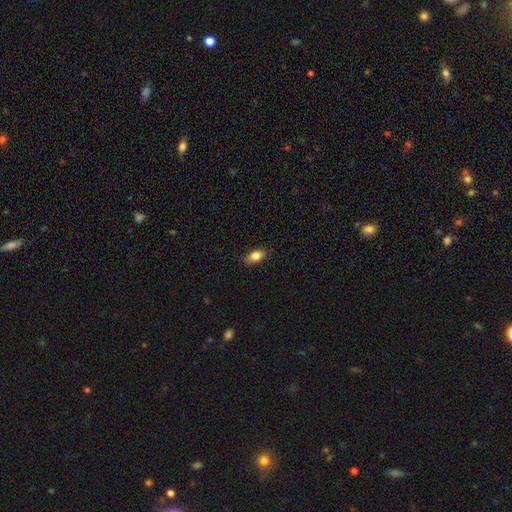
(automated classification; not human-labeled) Smooth or featured? smooth (81%)
How rounded? in between (84%)
Merging? none (85%)